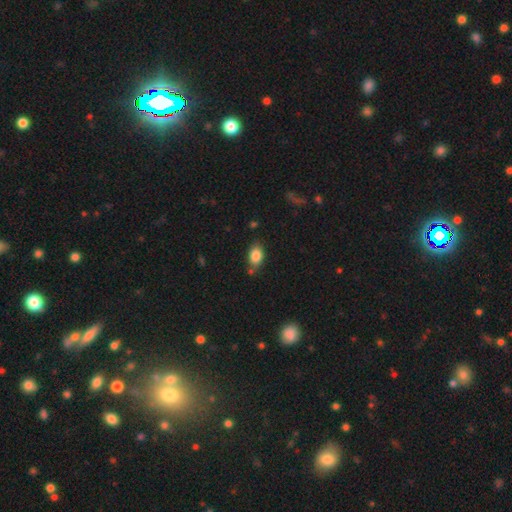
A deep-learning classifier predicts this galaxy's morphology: smooth-or-featured: smooth: 84% | star or artifact: 8% | featured or disk: 8%
  how-rounded: in between: 84% | round: 13% | cigar-shaped: 2%
  merging: none: 71% | minor disturbance: 18% | merger: 6% | major disturbance: 4%